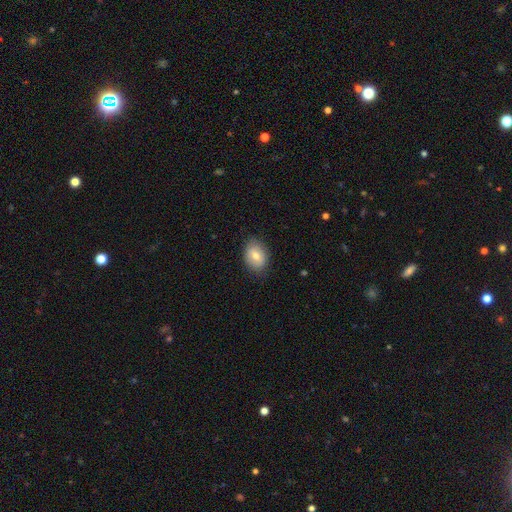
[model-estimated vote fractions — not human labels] Smooth or featured: smooth — 71% (featured or disk — 22%)
How rounded: in between — 72% (round — 27%)
Merging: none — 84% (minor disturbance — 13%)